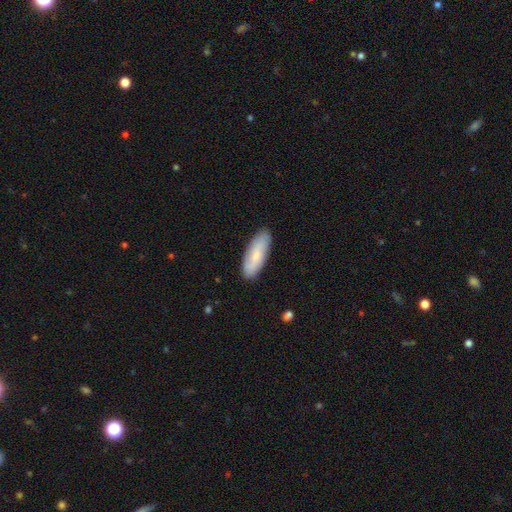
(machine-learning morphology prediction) This appears to be a smooth galaxy with no disk features (69%) that is in between round and cigar-shaped (66%). Merging: none (87%).